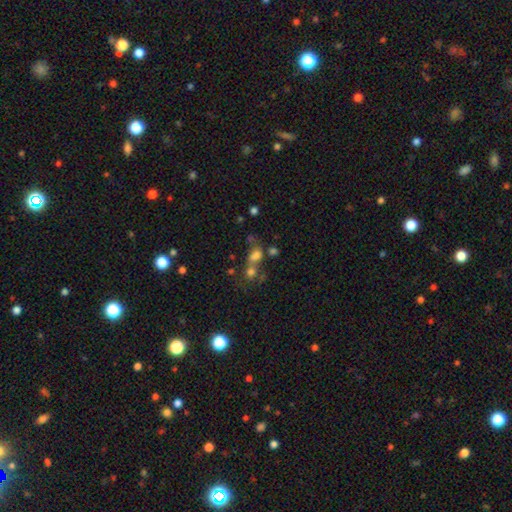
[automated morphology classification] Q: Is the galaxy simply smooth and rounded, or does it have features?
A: smooth — 64%.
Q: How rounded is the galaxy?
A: in between — 54%.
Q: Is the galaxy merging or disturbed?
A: merger — 53%.